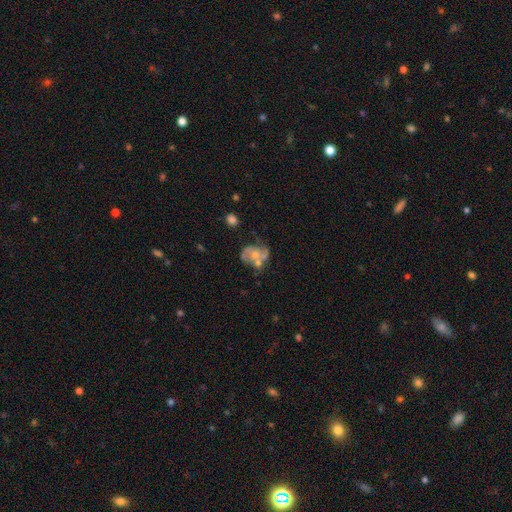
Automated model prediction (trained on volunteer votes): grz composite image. It shows a featured or disk galaxy (69%) with no bar (73%), 2 (75%) medium (48%) spiral arms (75%) and a moderate central bulge (49%). Merging: none (40%).